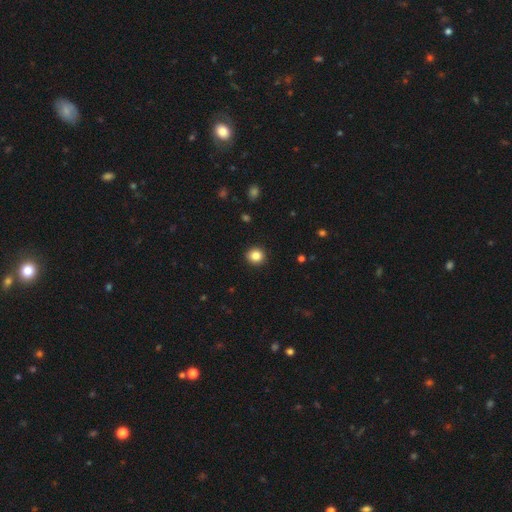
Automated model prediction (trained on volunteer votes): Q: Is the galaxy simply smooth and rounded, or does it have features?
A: smooth — 85%.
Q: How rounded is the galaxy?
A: round — 90%.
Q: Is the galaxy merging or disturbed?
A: none — 92%.